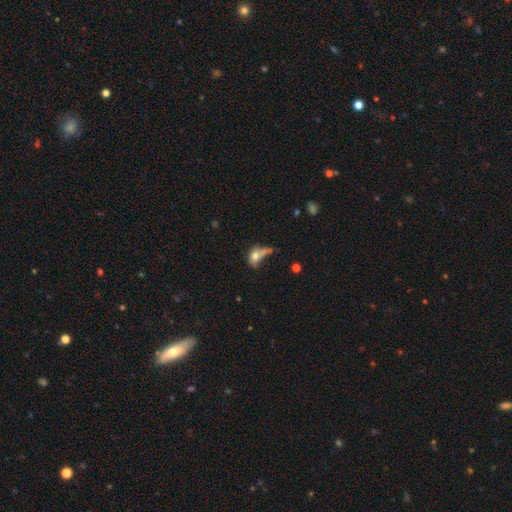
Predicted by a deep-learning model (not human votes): Smooth or featured?
  - smooth: 65% *
  - featured or disk: 23%
  - star or artifact: 12%
How rounded?
  - in between: 69% *
  - round: 23%
  - cigar-shaped: 8%
Merging?
  - major disturbance: 30% *
  - merger: 29%
  - none: 24%
  - minor disturbance: 17%